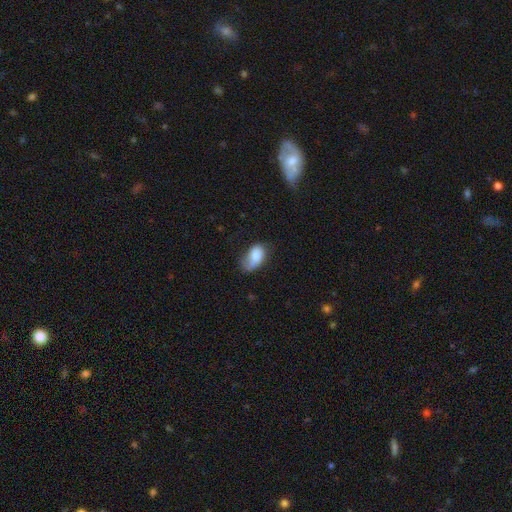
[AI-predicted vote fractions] This is likely a smooth galaxy (78%). How rounded: clearly in between (91%). Merging: marginally none (38%).